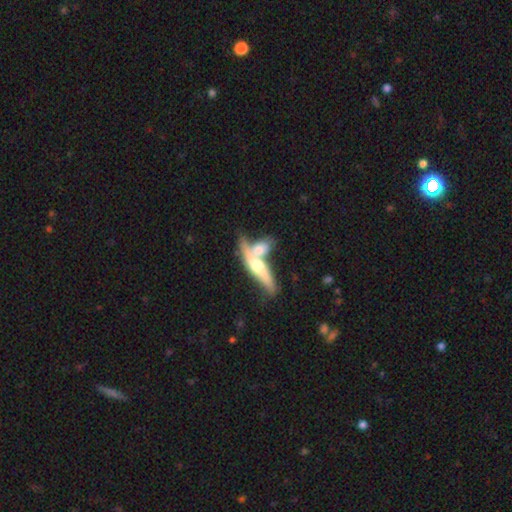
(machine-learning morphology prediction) smooth-or-featured: featured or disk: 53% | smooth: 41% | star or artifact: 6%
  disk-edge-on: yes: 66% | no: 34%
  merging: merger: 60% | none: 25% | minor disturbance: 9% | major disturbance: 6%